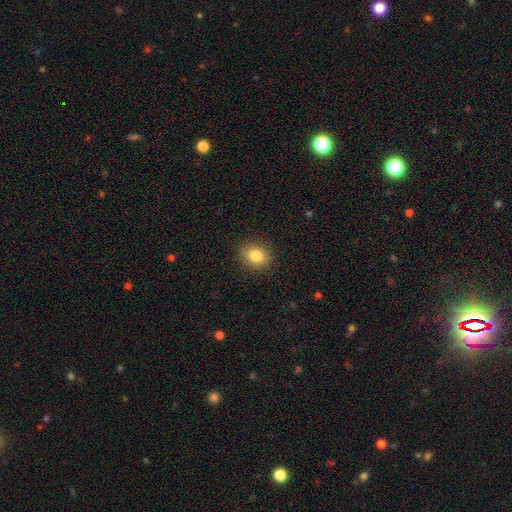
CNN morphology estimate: Smooth or featured? Predicted: smooth (p=0.83). How rounded? Predicted: round (p=0.54). Merging? Predicted: none (p=0.89).